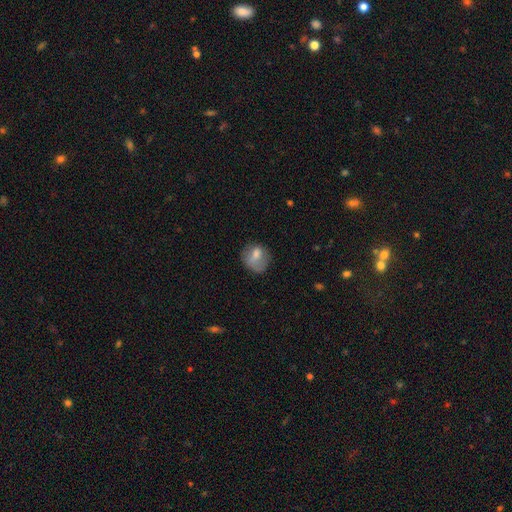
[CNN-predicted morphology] A smooth galaxy with no disk features (70%) that is round (65%). Merging: none (52%).